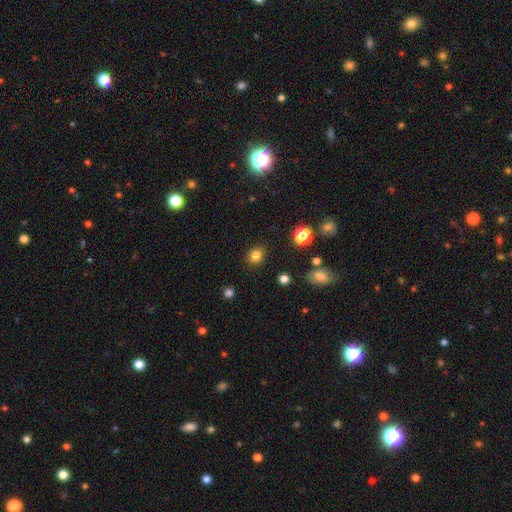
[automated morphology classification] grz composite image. It shows a smooth galaxy with no disk features (82%) that is round (70%). Merging: none (87%).